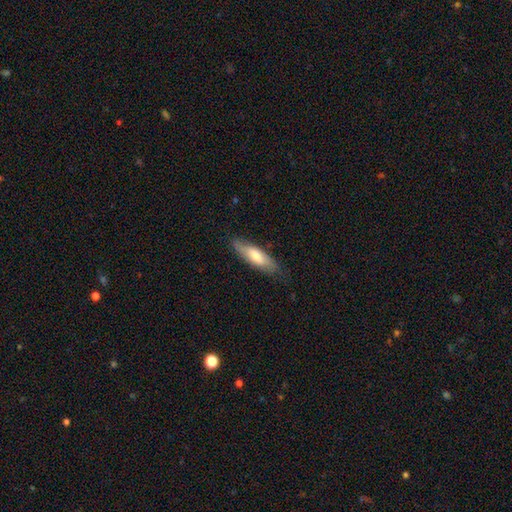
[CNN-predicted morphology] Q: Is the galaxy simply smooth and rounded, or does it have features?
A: smooth — 64%.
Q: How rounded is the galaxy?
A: cigar-shaped — 57%.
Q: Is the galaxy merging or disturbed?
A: none — 78%.